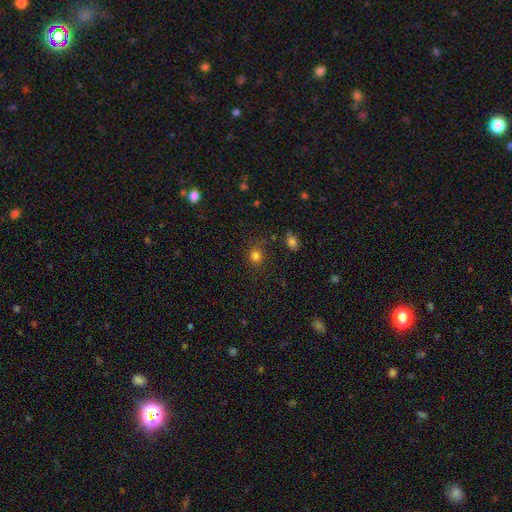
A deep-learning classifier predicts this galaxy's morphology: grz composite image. It shows a smooth galaxy with no disk features (79%) that is round (86%). Merging: none (82%).